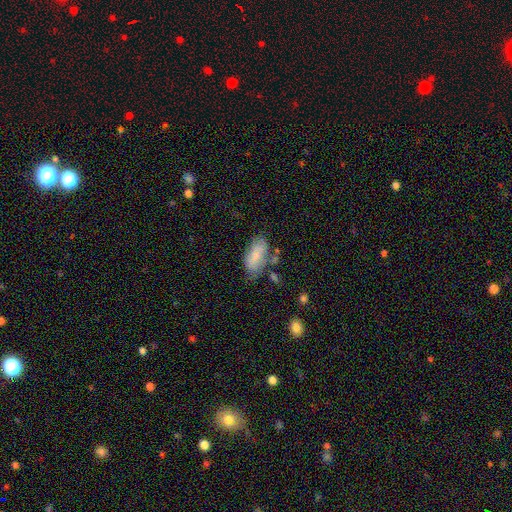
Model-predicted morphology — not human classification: This is likely a smooth galaxy (76%). How rounded: clearly in between (91%). Merging: possibly none (58%).